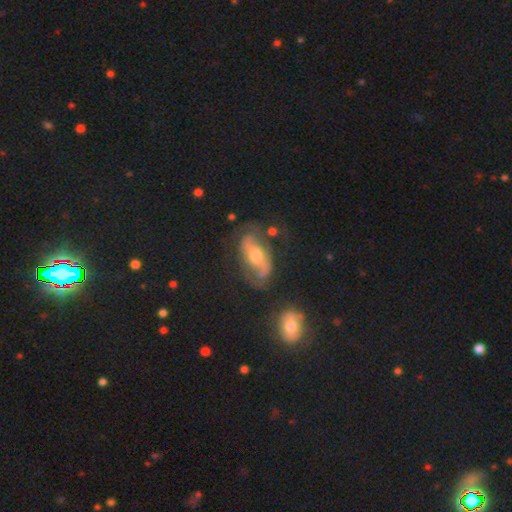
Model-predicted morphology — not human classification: Smooth or featured? featured or disk (60%)
Edge-on disk? no (88%)
Bar? no (45%)
Spiral arms? yes (72%)
Bulge size? moderate (66%)
Merging? none (68%)